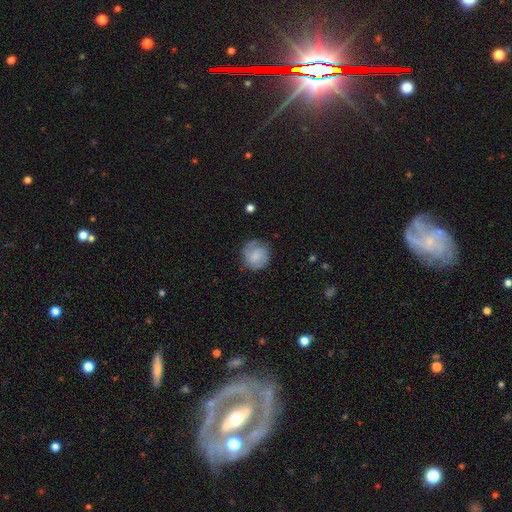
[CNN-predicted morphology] Smooth or featured?
  - featured or disk: 53% *
  - smooth: 39%
  - star or artifact: 7%
Edge-on disk?
  - no: 98% *
  - yes: 2%
Bar?
  - no: 59% *
  - weak: 35%
  - strong: 5%
Spiral arms?
  - yes: 89% *
  - no: 11%
Bulge size?
  - small: 41% *
  - none: 30%
  - moderate: 23%
  - large: 4%
  - dominant: 1%
Merging?
  - none: 73% *
  - minor disturbance: 18%
  - major disturbance: 7%
  - merger: 1%